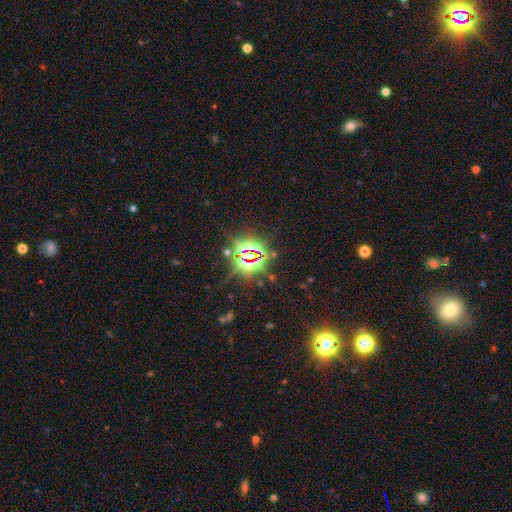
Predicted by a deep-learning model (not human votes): smooth-or-featured: star or artifact: 82% | smooth: 11% | featured or disk: 8%